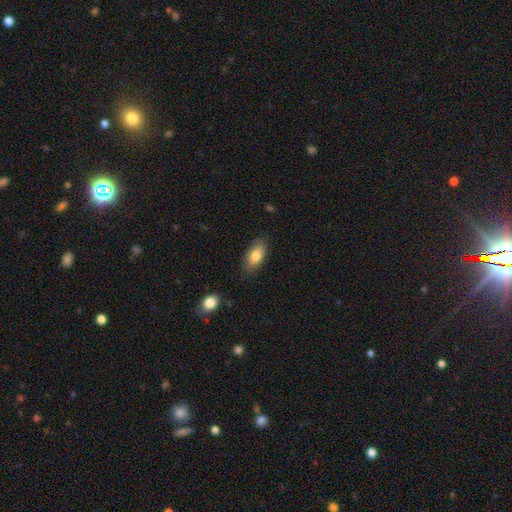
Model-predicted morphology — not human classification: smooth 81%, featured or disk 13%, star or artifact 7%. Down the decision tree: how rounded — in between (88%); merging — none (83%).